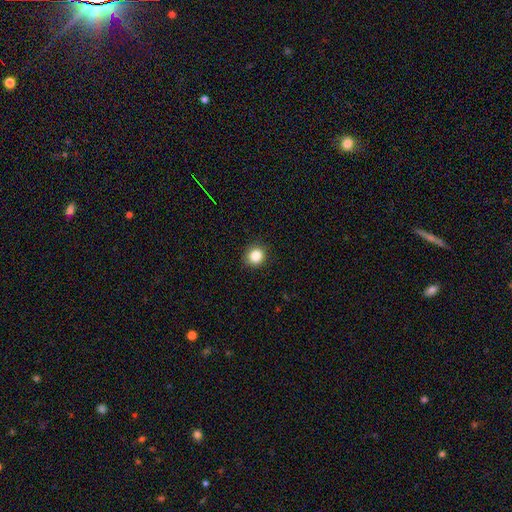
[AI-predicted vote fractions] Smooth or featured: smooth — 86% (star or artifact — 10%)
How rounded: round — 84% (in between — 15%)
Merging: none — 89% (minor disturbance — 8%)